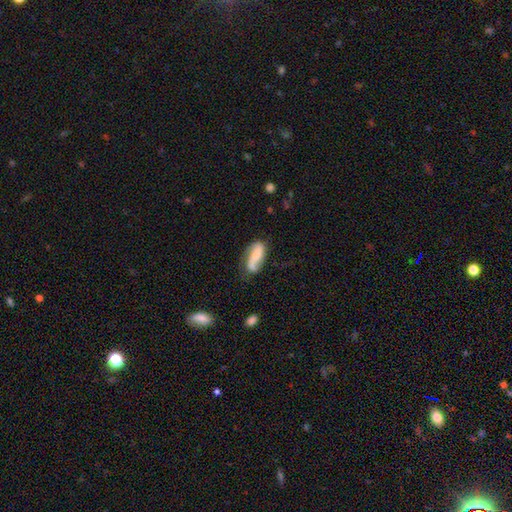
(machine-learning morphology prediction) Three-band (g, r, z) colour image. It shows a featured or disk galaxy (49%). Merging: none (55%).